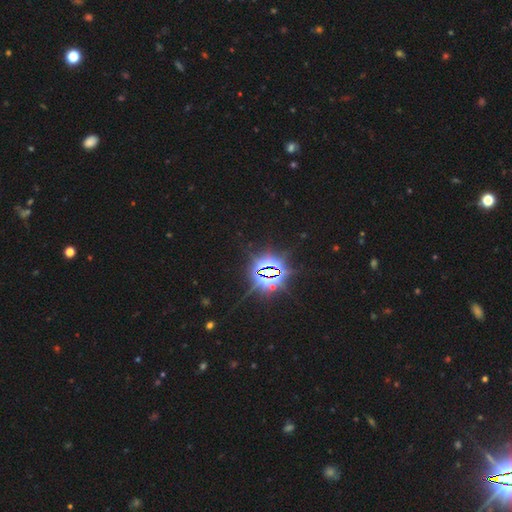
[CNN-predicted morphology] A star or artifact, not a galaxy (86%).

Vote fractions:
- Smooth or featured? star or artifact: 86% / smooth: 8% / featured or disk: 6%